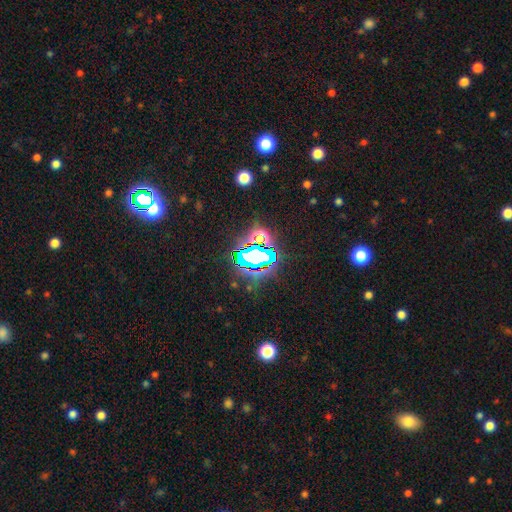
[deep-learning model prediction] Smooth or featured? Predicted: star or artifact (p=0.70).